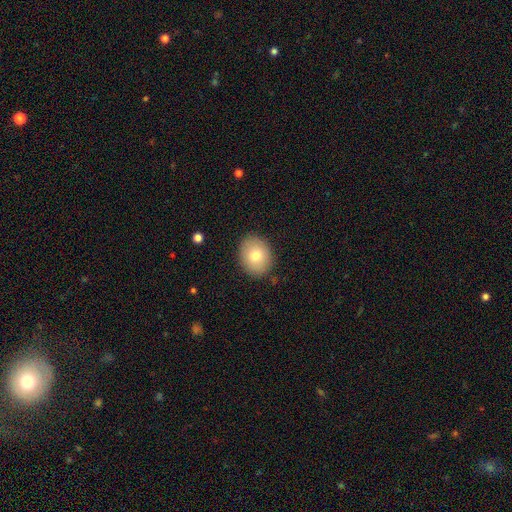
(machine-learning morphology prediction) A smooth galaxy with no disk features (77%) that is round (51%).

Vote fractions:
- Smooth or featured? smooth: 77% / featured or disk: 15% / star or artifact: 8%
- How rounded? round: 51% / in between: 48% / cigar-shaped: 1%
- Merging? none: 87% / minor disturbance: 9% / major disturbance: 2% / merger: 1%